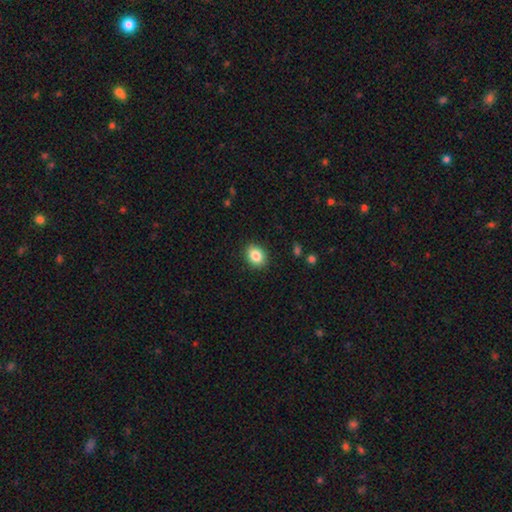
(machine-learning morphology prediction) A smooth galaxy with no disk features (85%) that is in between round and cigar-shaped (56%). Merging: none (89%).